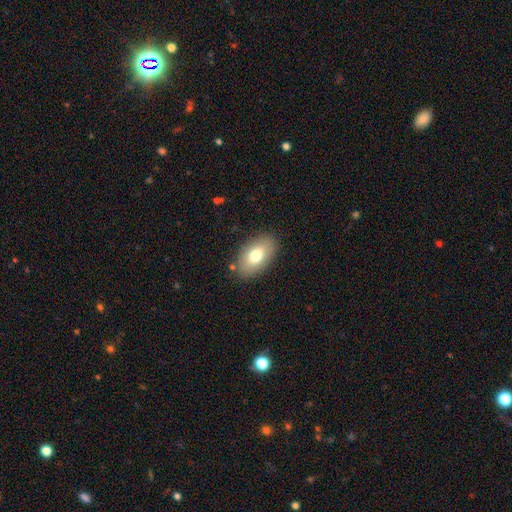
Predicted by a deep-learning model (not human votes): Smooth or featured? Predicted: smooth (p=0.72). How rounded? Predicted: in between (p=0.93). Merging? Predicted: none (p=0.84).